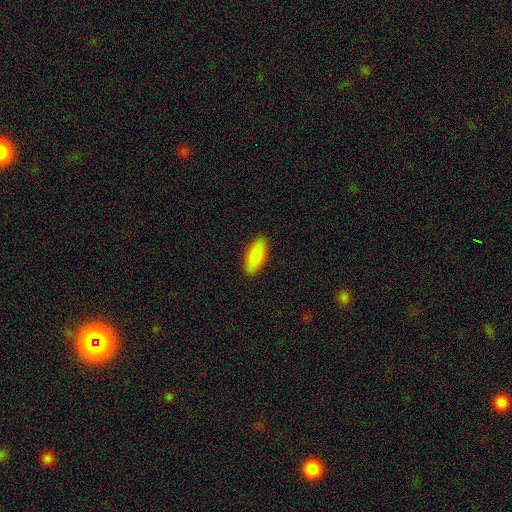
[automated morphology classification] This appears to be a smooth galaxy with no disk features (89%) that is in between round and cigar-shaped (82%). Merging: none (90%).